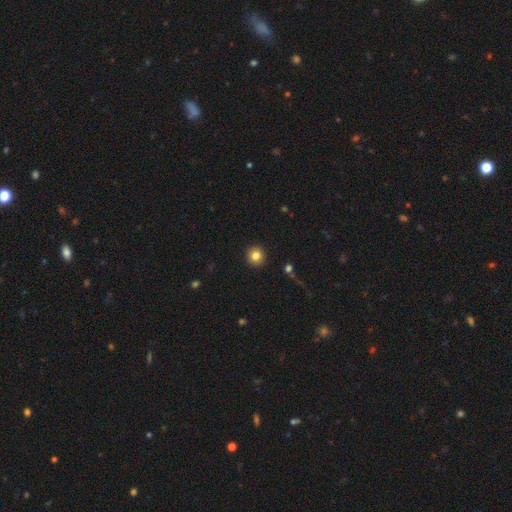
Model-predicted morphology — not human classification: Overall: smooth (82%). How rounded: round (94%). Merging: none (93%).